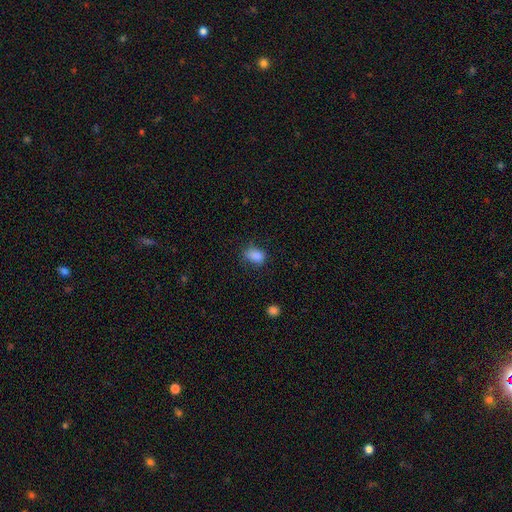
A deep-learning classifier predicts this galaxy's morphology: Smooth or featured?
  - smooth: 85% *
  - star or artifact: 10%
  - featured or disk: 5%
How rounded?
  - in between: 82% *
  - round: 17%
  - cigar-shaped: 2%
Merging?
  - none: 68% *
  - minor disturbance: 24%
  - major disturbance: 7%
  - merger: 2%